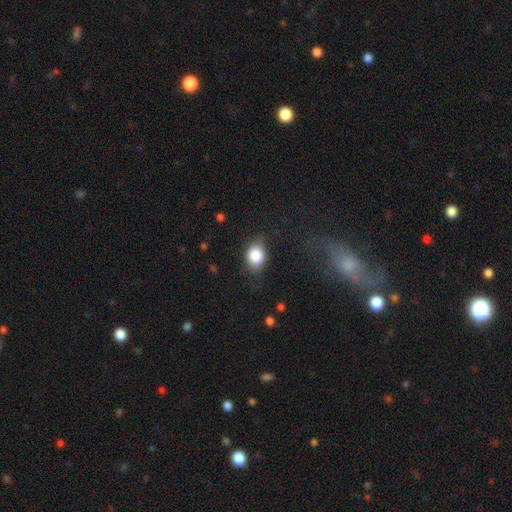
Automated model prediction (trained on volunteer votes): A smooth galaxy with no disk features (84%) that is in between round and cigar-shaped (62%). Merging: none (68%).